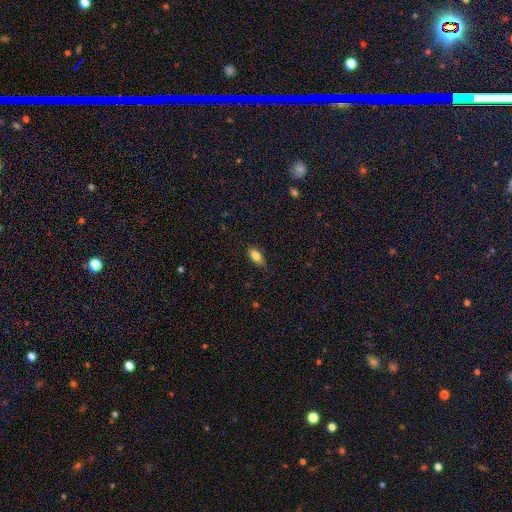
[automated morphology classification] This appears to be a smooth galaxy with no disk features (81%) that is in between round and cigar-shaped (87%). Merging: none (83%).